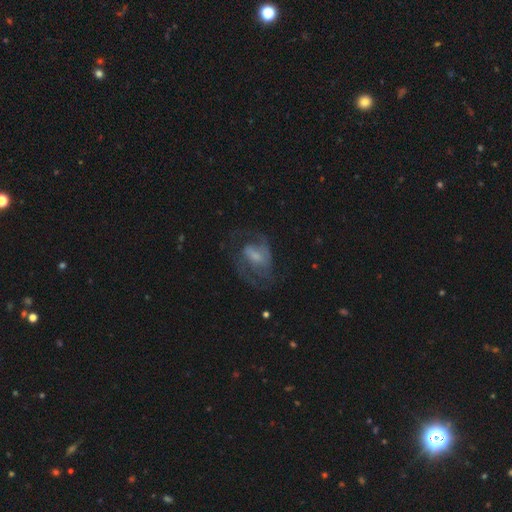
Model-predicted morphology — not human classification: Overall: featured or disk (74%). Edge-on disk: no (97%). Bar: weak (50%; no 27%). Spiral arms: yes (88%). Spiral arm count: 2 (69%). Spiral winding: medium (52%; loose 25%). Bulge size: moderate (32%, tied with small). Merging: none (56%; major disturbance 24%).